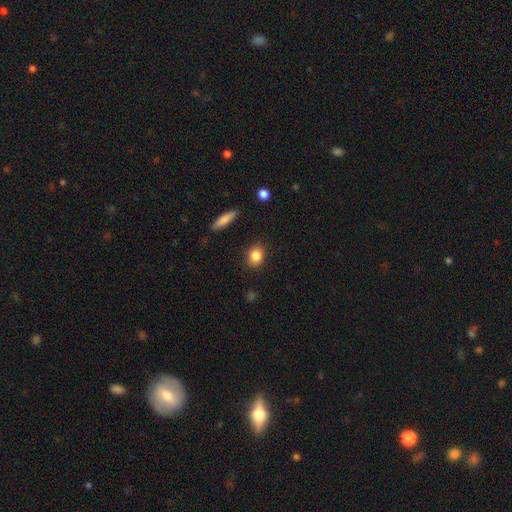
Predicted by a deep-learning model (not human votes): A smooth galaxy with no disk features (85%) that is round (56%). Merging: none (87%).